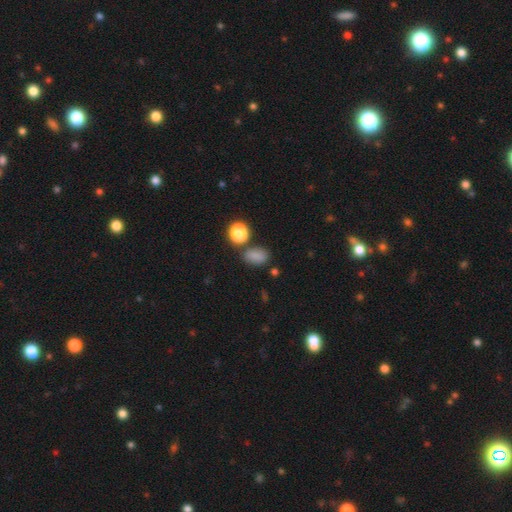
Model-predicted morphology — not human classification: The model was most divided on "merging": none: 67%, minor disturbance: 16%, merger: 12%, major disturbance: 5%. More confident: smooth or featured — smooth (81%); how rounded — in between (78%).